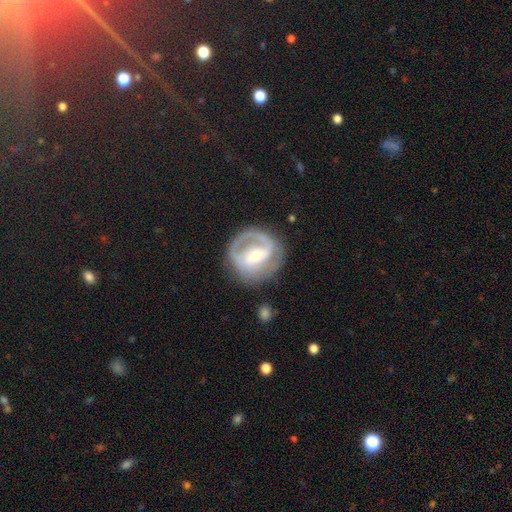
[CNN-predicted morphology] type=featured or disk (79%); edge-on=no (97%); bar=weak (41%); spiral arms=yes (85%); winding=tight (44%); arm count=2 (57%); bulge=moderate (51%); merging=none (71%).